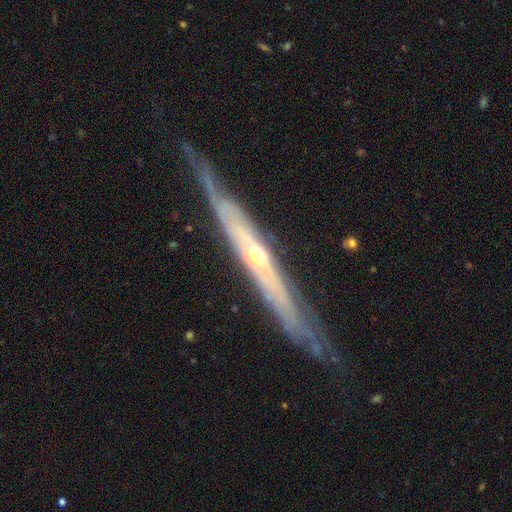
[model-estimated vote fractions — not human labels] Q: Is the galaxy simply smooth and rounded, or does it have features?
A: featured or disk — 84%.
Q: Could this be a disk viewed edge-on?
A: yes — 74%.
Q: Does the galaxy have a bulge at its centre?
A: rounded — 63%.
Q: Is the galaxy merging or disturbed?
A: none — 70%.